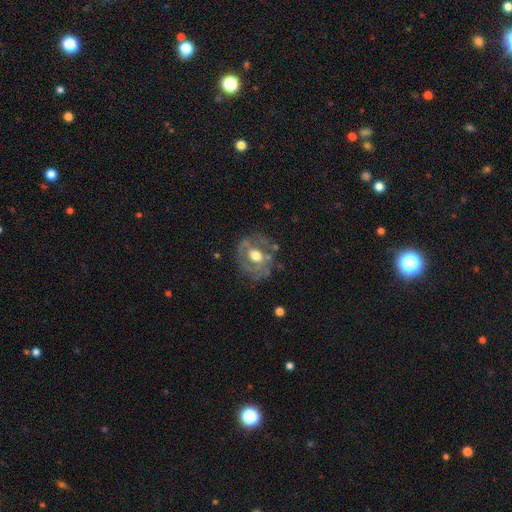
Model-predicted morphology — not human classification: This is likely a featured or disk galaxy (65%). It is clearly not viewed edge-on (95%). Bar: likely no (68%). Spiral arm pattern: possibly no (59%). Central bulge: likely moderate (64%). Merging: likely none (63%).